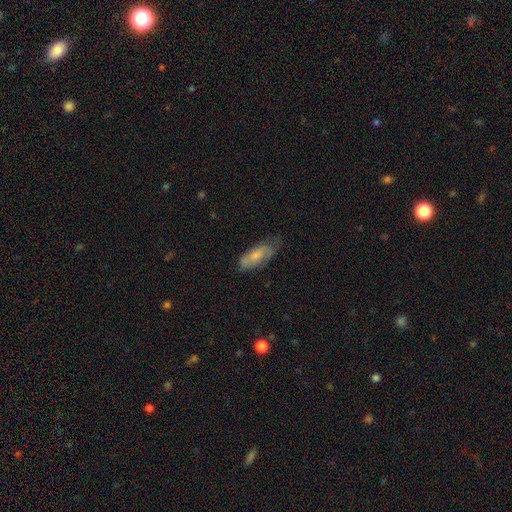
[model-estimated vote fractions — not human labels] smooth 59%, featured or disk 34%, star or artifact 7%. Down the decision tree: how rounded — in between (74%); merging — none (60%).